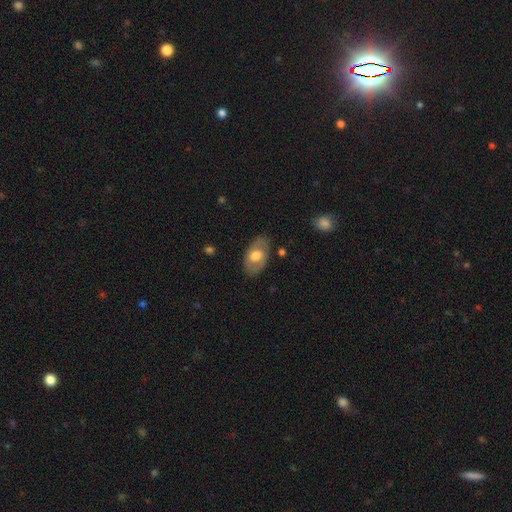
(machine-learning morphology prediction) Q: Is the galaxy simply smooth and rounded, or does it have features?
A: smooth — 54%.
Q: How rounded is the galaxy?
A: in between — 89%.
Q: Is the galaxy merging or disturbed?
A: none — 78%.